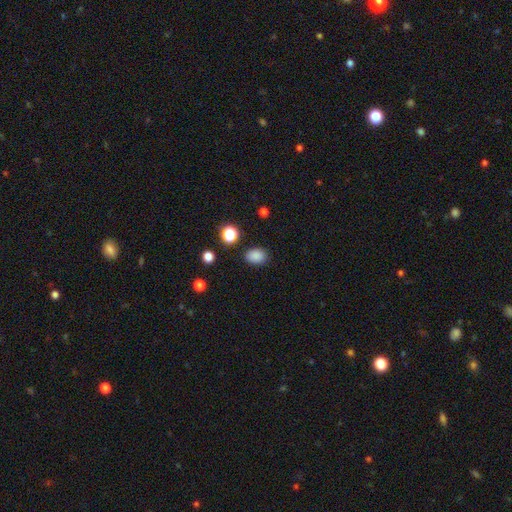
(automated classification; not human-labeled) Smooth or featured? Predicted: smooth (p=0.85). How rounded? Predicted: in between (p=0.69). Merging? Predicted: none (p=0.84).